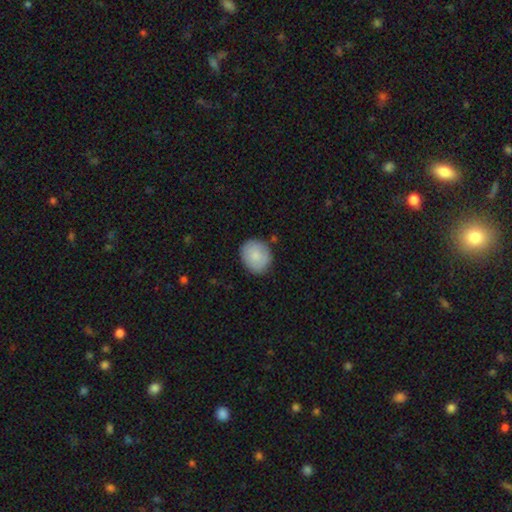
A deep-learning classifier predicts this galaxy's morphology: smooth_or_featured: smooth (p=0.84) [alt: featured or disk p=0.10]
how_rounded: round (p=0.68) [alt: in between p=0.31]
merging: none (p=0.80) [alt: minor disturbance p=0.14]